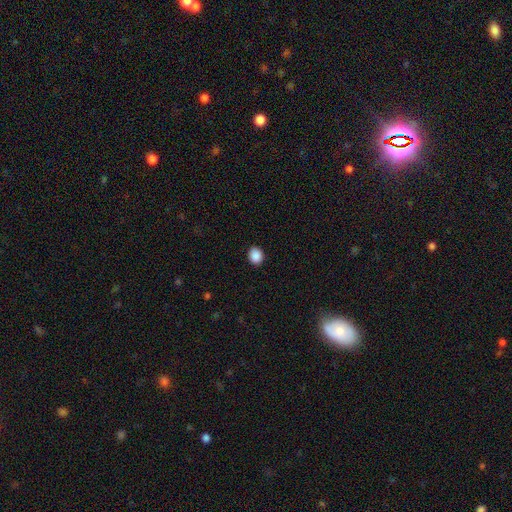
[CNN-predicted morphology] Smooth or featured? smooth (89%)
How rounded? round (64%)
Merging? none (91%)